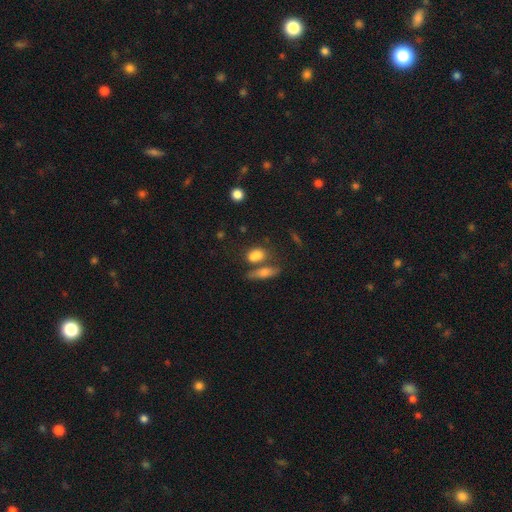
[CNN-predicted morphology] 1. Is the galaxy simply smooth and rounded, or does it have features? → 78% smooth, 12% featured or disk, 11% star or artifact.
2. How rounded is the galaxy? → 68% in between, 23% round, 9% cigar-shaped.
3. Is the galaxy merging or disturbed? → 46% none, 34% merger, 13% minor disturbance, 6% major disturbance.